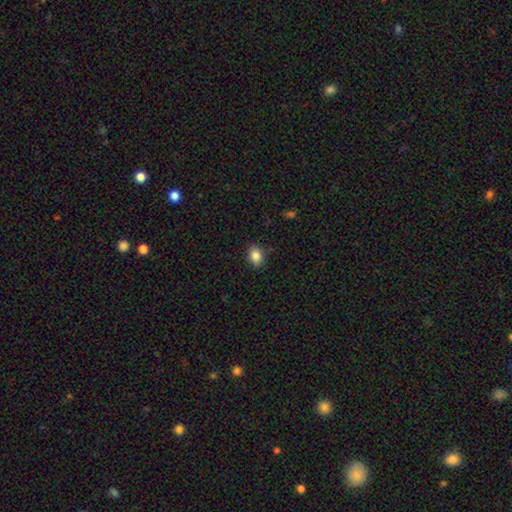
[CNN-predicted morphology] Overall: smooth (87%). How rounded: in between (71%). Merging: none (87%).